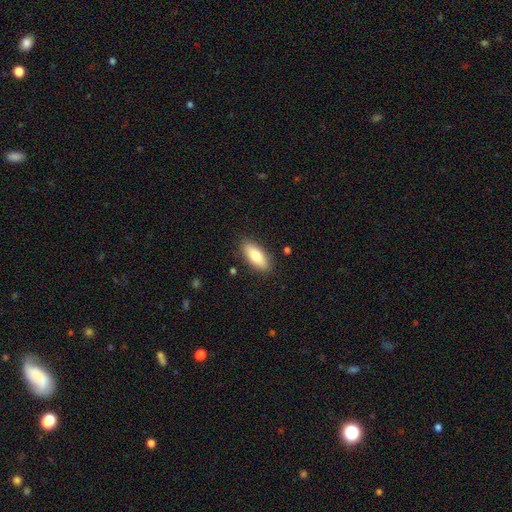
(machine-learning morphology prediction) Smooth or featured? Predicted: smooth (p=0.80). How rounded? Predicted: in between (p=0.82). Merging? Predicted: none (p=0.87).